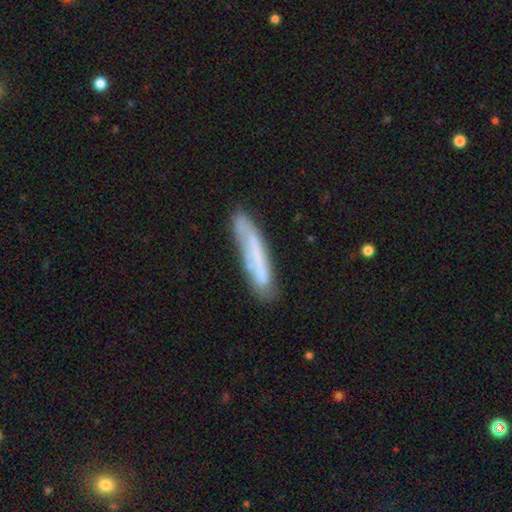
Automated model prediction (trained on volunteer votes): Smooth or featured? smooth (48%)
Merging? none (68%)